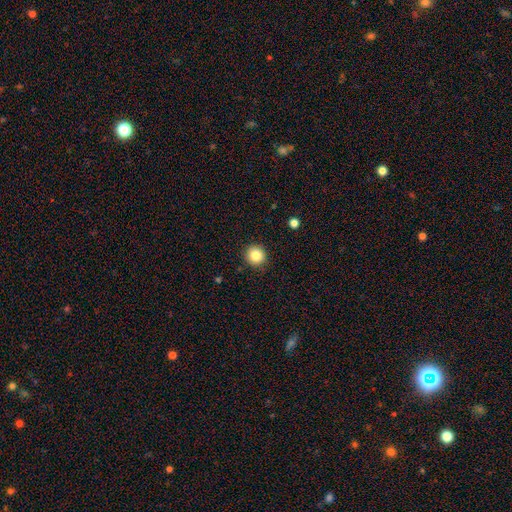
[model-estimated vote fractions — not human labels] Smooth or featured?
  - smooth: 84% *
  - star or artifact: 10%
  - featured or disk: 5%
How rounded?
  - round: 93% *
  - in between: 7%
  - cigar-shaped: 1%
Merging?
  - none: 91% *
  - minor disturbance: 6%
  - major disturbance: 2%
  - merger: 1%